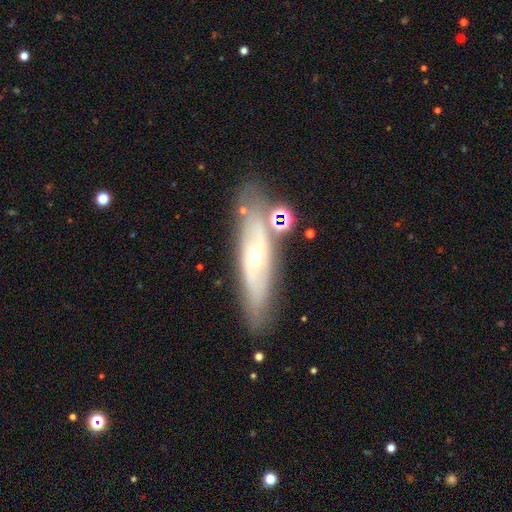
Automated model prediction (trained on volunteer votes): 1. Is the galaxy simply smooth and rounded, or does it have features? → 66% featured or disk, 26% smooth, 8% star or artifact.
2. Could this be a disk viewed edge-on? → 63% no, 37% yes.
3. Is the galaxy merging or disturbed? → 71% none, 16% minor disturbance, 7% merger, 5% major disturbance.